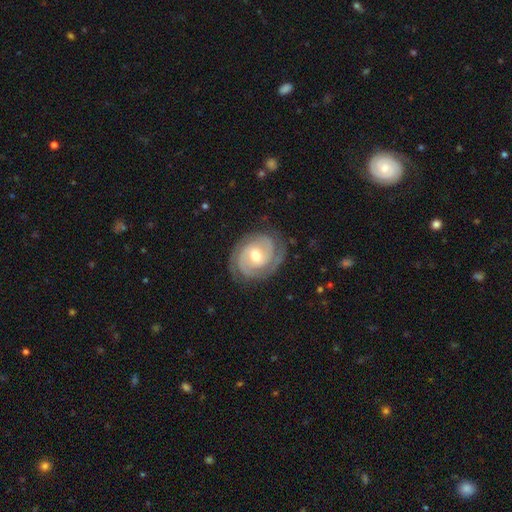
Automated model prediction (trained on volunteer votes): Smooth or featured: featured or disk — 89% (smooth — 7%)
Edge-on disk: no — 97% (yes — 3%)
Bar: no — 51% (weak — 37%)
Spiral arms: yes — 97% (no — 3%)
Spiral winding: tight — 73% (medium — 23%)
Spiral arm count: 2 — 70% (3 — 14%)
Bulge size: moderate — 72% (small — 22%)
Merging: none — 81% (minor disturbance — 14%)